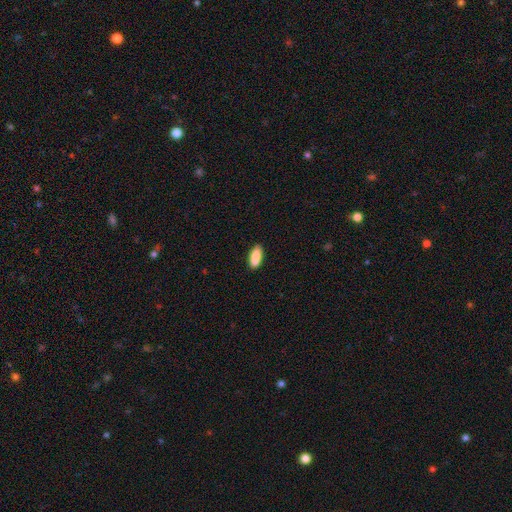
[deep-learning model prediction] A smooth galaxy with no disk features (85%) that is in between round and cigar-shaped (75%). Merging: none (76%).